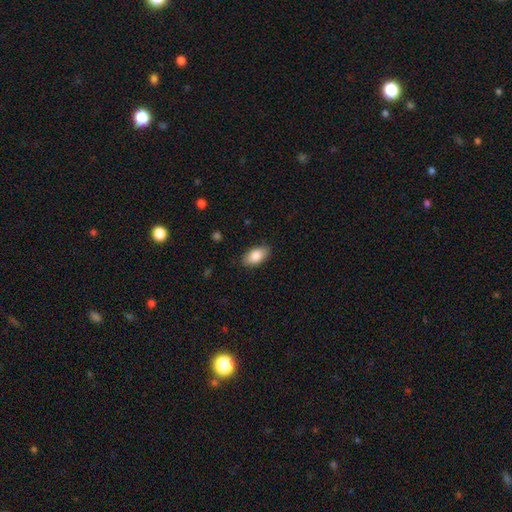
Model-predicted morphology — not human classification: type=smooth (85%); roundness=in between (93%); merging=none (86%).